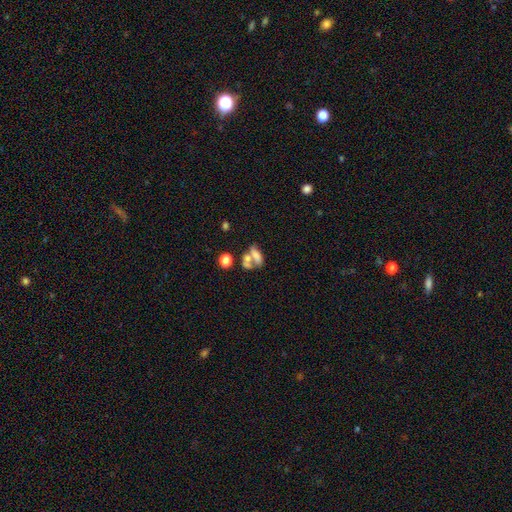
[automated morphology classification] A smooth galaxy with no disk features (61%) that is in between round and cigar-shaped (74%).

Vote fractions:
- Smooth or featured? smooth: 61% / featured or disk: 26% / star or artifact: 13%
- How rounded? in between: 74% / round: 13% / cigar-shaped: 12%
- Merging? merger: 51% / none: 26% / minor disturbance: 11% / major disturbance: 11%